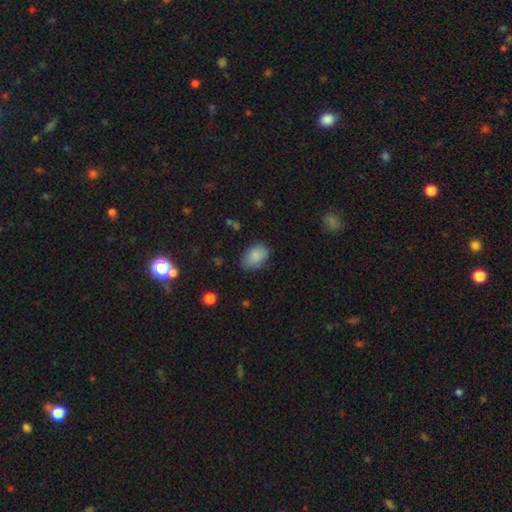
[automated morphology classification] A smooth galaxy with no disk features (87%) that is in between round and cigar-shaped (85%). Merging: none (75%).